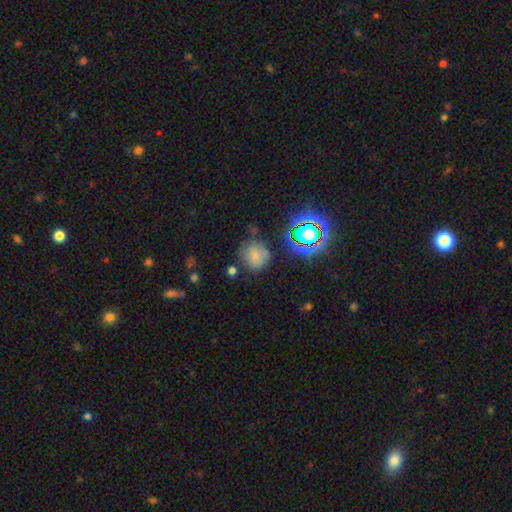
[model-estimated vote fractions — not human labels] Smooth or featured? Predicted: smooth (p=0.69). How rounded? Predicted: round (p=0.80). Merging? Predicted: none (p=0.65).